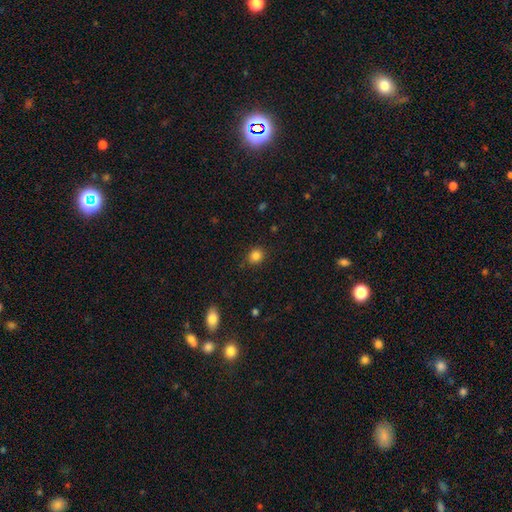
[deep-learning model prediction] Smooth or featured? Predicted: smooth (p=0.84). How rounded? Predicted: round (p=0.77). Merging? Predicted: none (p=0.86).